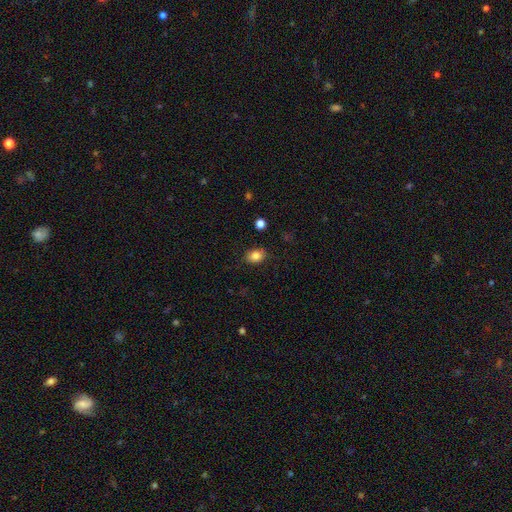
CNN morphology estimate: Overall: smooth (83%). How rounded: in between (64%; round 35%). Merging: none (85%).